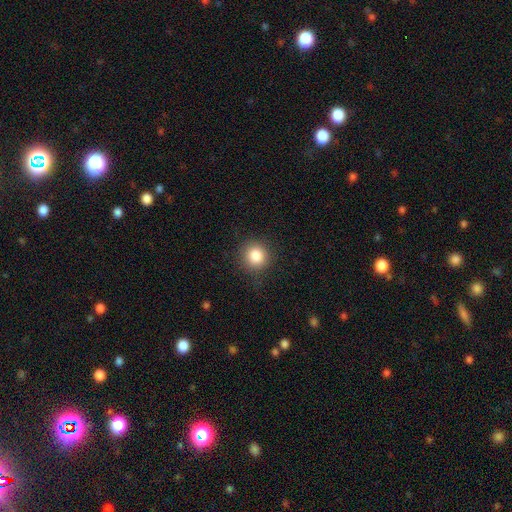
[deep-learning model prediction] Morphology: type=smooth (85%); roundness=round (89%); merging=none (86%).